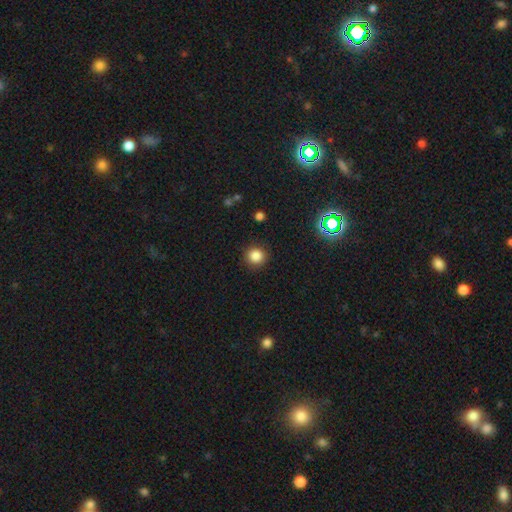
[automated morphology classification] smooth_or_featured: smooth (p=0.83) [alt: star or artifact p=0.13]
how_rounded: round (p=0.93) [alt: in between p=0.06]
merging: none (p=0.90) [alt: minor disturbance p=0.06]